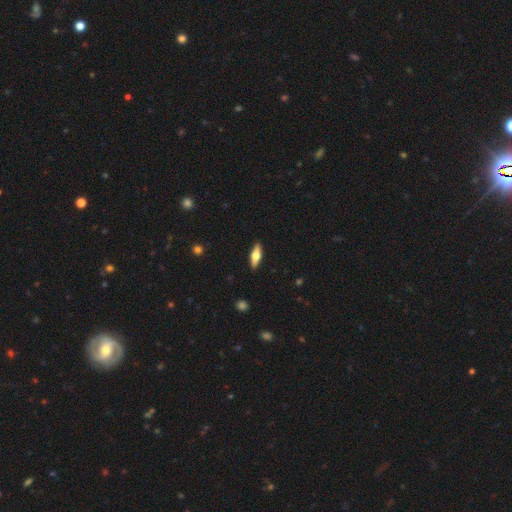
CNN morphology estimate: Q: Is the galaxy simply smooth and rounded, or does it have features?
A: smooth — 51%.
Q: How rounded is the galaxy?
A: in between — 52%.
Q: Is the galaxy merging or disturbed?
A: none — 90%.